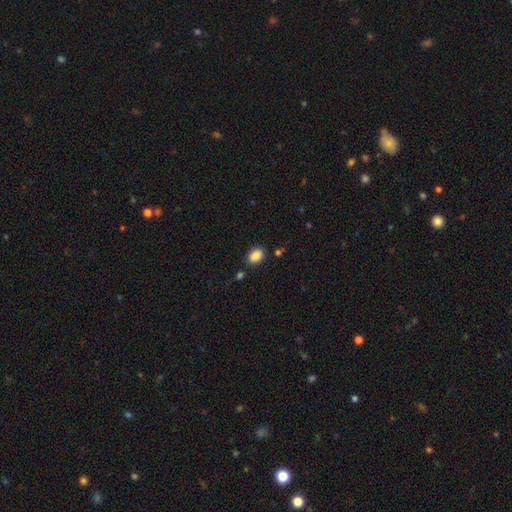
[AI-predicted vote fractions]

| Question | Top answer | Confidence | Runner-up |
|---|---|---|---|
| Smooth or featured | smooth | 88% | star or artifact (9%) |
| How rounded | in between | 84% | round (14%) |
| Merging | none | 80% | minor disturbance (12%) |